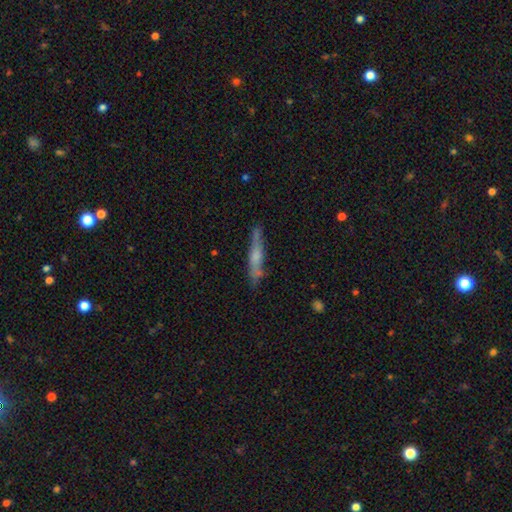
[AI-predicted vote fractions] Overall: smooth (48%; featured or disk 45%). Merging: none (77%).